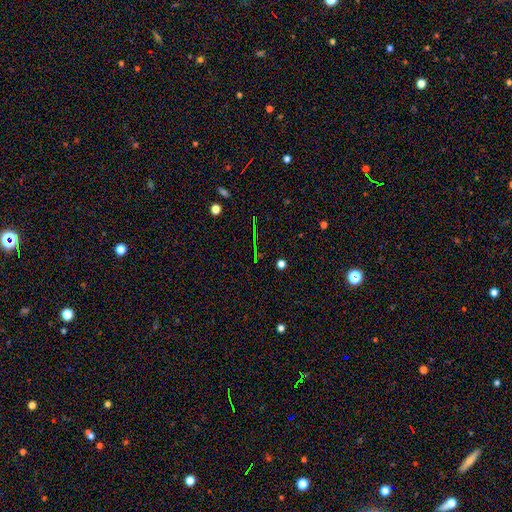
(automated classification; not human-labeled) Morphology: type=star or artifact (68%).